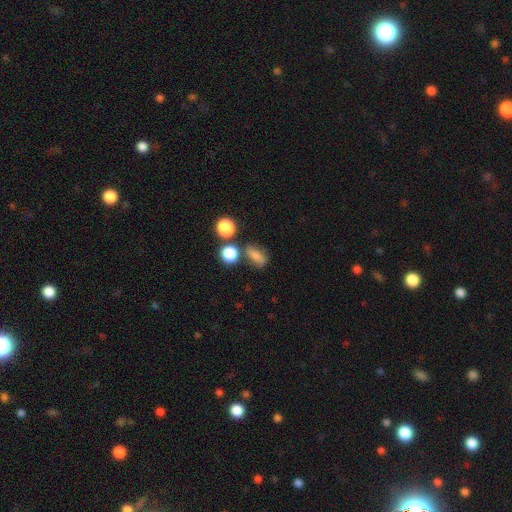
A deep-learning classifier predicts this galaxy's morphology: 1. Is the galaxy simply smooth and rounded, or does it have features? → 74% smooth, 14% star or artifact, 12% featured or disk.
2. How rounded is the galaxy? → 64% in between, 28% round, 8% cigar-shaped.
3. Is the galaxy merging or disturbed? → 62% none, 18% minor disturbance, 14% merger, 7% major disturbance.